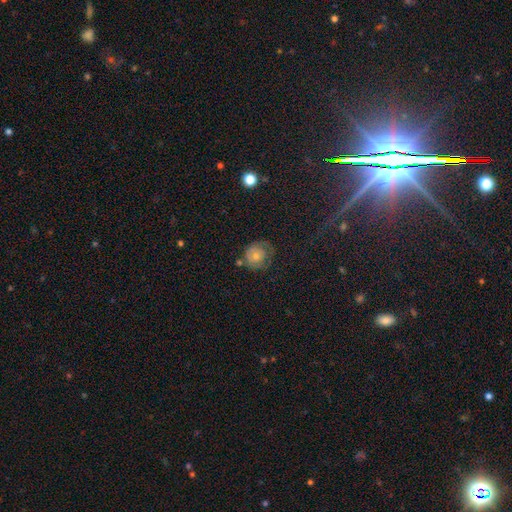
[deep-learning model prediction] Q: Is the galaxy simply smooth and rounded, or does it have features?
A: smooth — 55%.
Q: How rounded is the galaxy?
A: round — 77%.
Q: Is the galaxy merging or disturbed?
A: none — 53%.